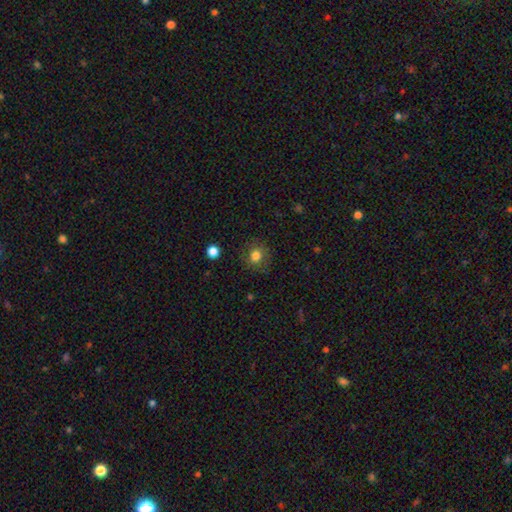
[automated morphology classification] Q: Smooth or featured?
A: smooth (79%); runner-up: star or artifact (11%)
Q: How rounded?
A: round (83%); runner-up: in between (16%)
Q: Merging?
A: none (82%); runner-up: minor disturbance (12%)